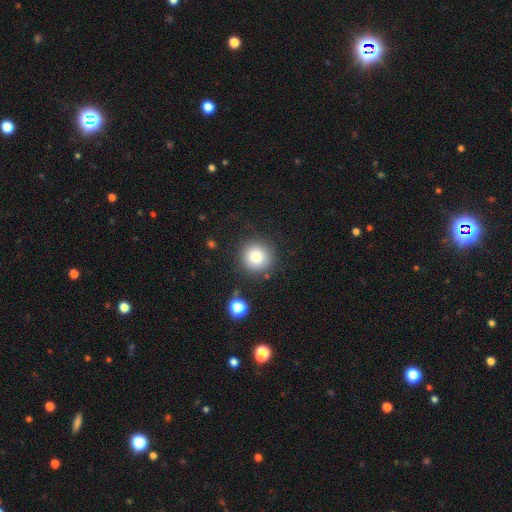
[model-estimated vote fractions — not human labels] Q: Smooth or featured?
A: smooth (82%); runner-up: star or artifact (11%)
Q: How rounded?
A: round (94%); runner-up: in between (5%)
Q: Merging?
A: none (85%); runner-up: minor disturbance (8%)